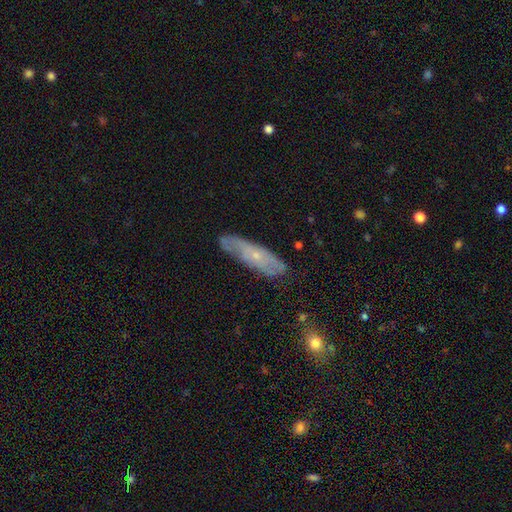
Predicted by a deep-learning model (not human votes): This appears to be a featured or disk galaxy (59%). Merging: none (72%).